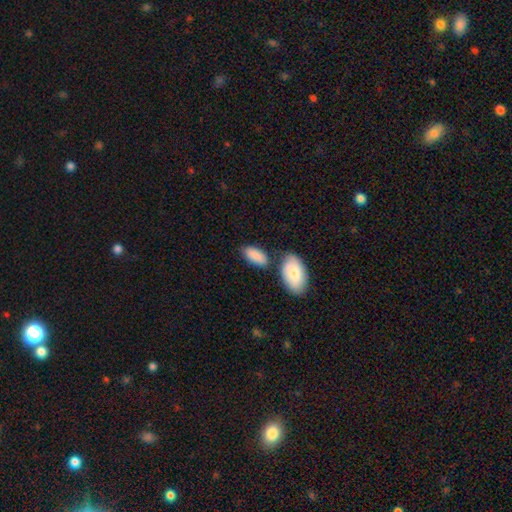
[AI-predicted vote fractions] A smooth galaxy with no disk features (85%) that is in between round and cigar-shaped (92%).

Vote fractions:
- Smooth or featured? smooth: 85% / featured or disk: 9% / star or artifact: 6%
- How rounded? in between: 92% / cigar-shaped: 5% / round: 3%
- Merging? none: 62% / merger: 19% / minor disturbance: 15% / major disturbance: 4%